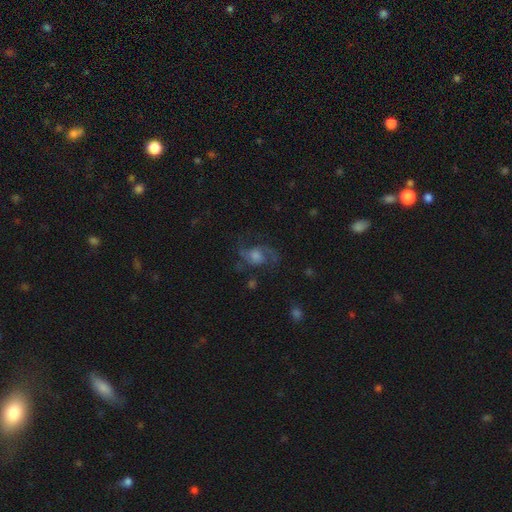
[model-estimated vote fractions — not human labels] Smooth or featured? featured or disk (75%)
Edge-on disk? no (97%)
Bar? no (61%)
Spiral arms? yes (94%)
Spiral winding? medium (51%)
Spiral arm count? 2 (85%)
Bulge size? moderate (40%)
Merging? none (69%)